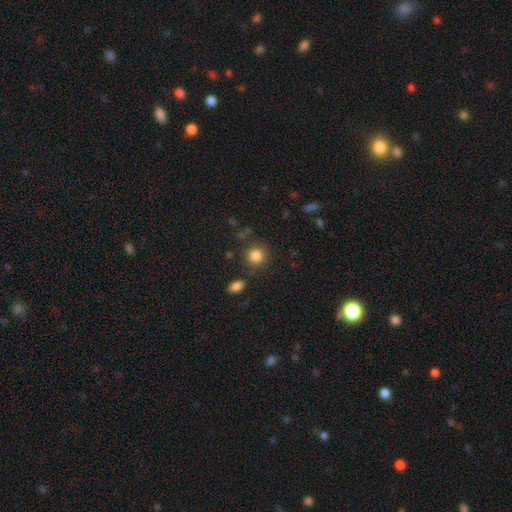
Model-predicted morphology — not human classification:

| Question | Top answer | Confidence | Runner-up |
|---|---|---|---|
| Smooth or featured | smooth | 84% | star or artifact (10%) |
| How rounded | round | 89% | in between (10%) |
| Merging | none | 82% | minor disturbance (10%) |